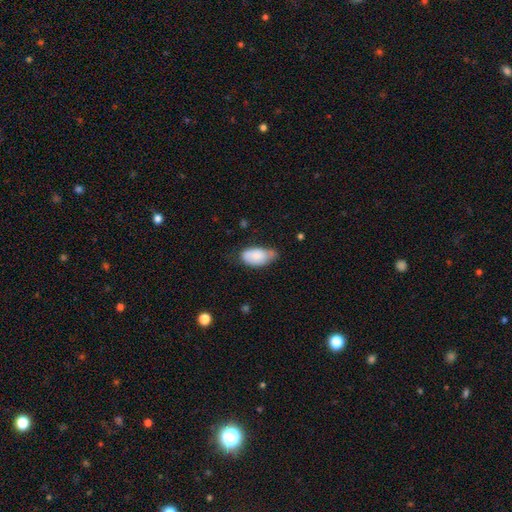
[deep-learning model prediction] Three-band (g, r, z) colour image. It shows a smooth galaxy with no disk features (79%) that is in between round and cigar-shaped (94%). Merging: none (45%).